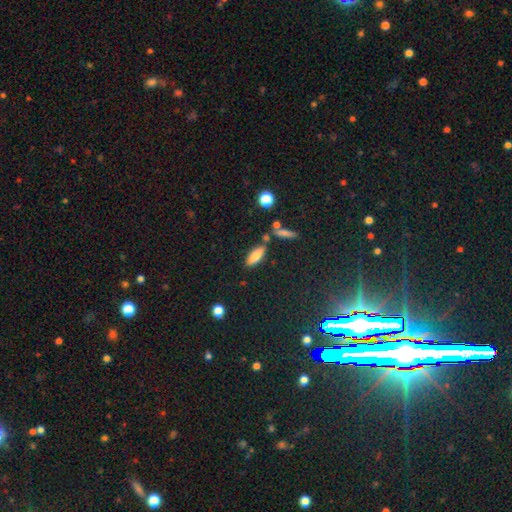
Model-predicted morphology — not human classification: This appears to be a smooth galaxy with no disk features (74%) that is in between round and cigar-shaped (64%). Merging: none (75%).